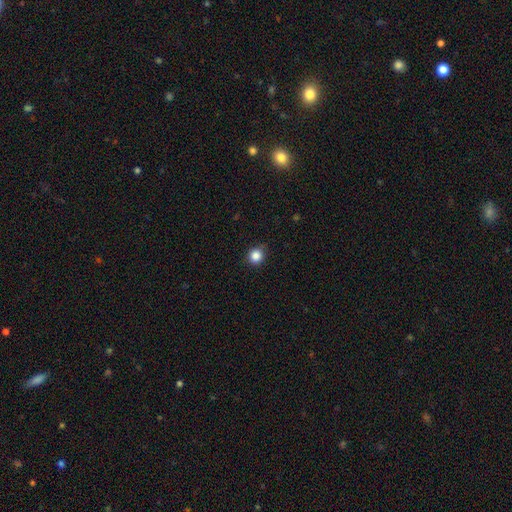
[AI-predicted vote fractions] Morphology: type=smooth (85%); roundness=round (91%); merging=none (85%).